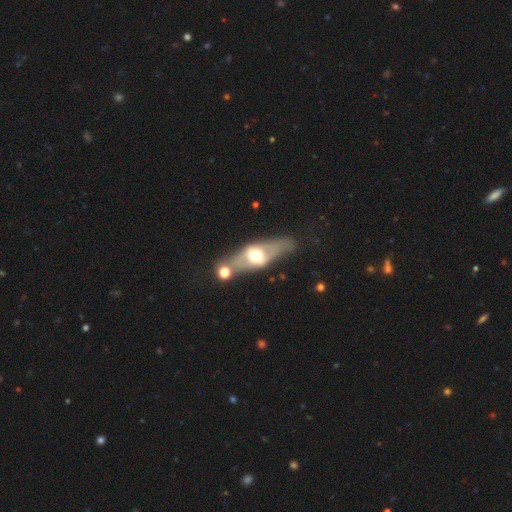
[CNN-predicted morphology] type=featured or disk (59%); edge-on=yes (57%); merging=none (62%).